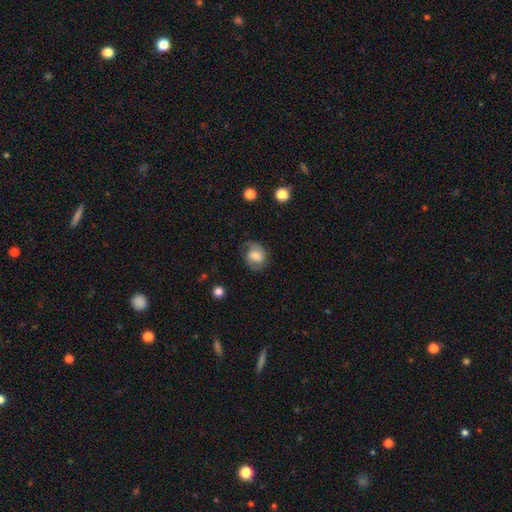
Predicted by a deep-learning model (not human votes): Overall: featured or disk (50%; smooth 42%). Edge-on disk: no (97%). Merging: none (71%).